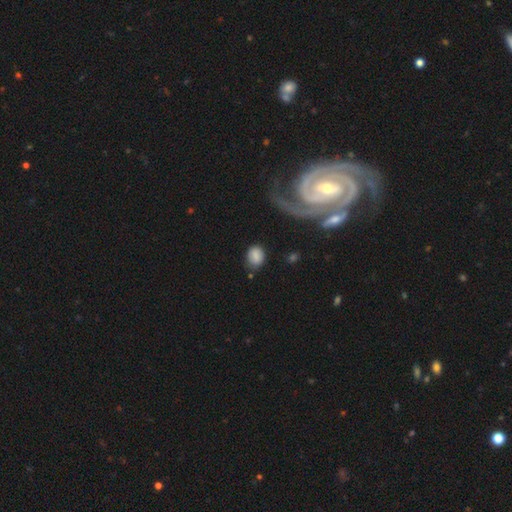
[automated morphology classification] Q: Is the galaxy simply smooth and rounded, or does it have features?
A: smooth — 79%.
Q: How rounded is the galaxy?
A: in between — 56%.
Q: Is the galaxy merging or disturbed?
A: none — 70%.